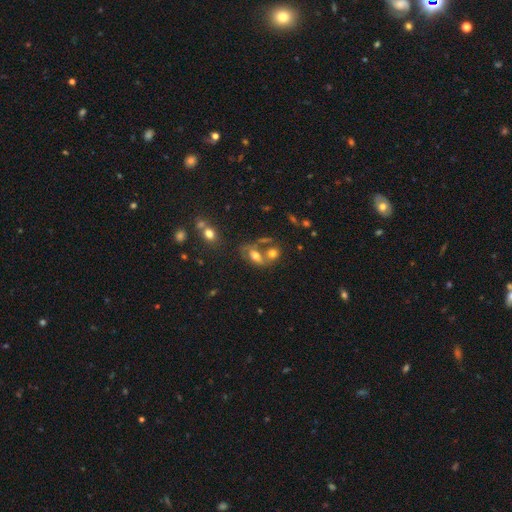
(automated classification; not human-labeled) smooth-or-featured: smooth: 58% | featured or disk: 28% | star or artifact: 14%
  how-rounded: in between: 78% | round: 16% | cigar-shaped: 6%
  merging: merger: 43% | none: 32% | minor disturbance: 14% | major disturbance: 11%